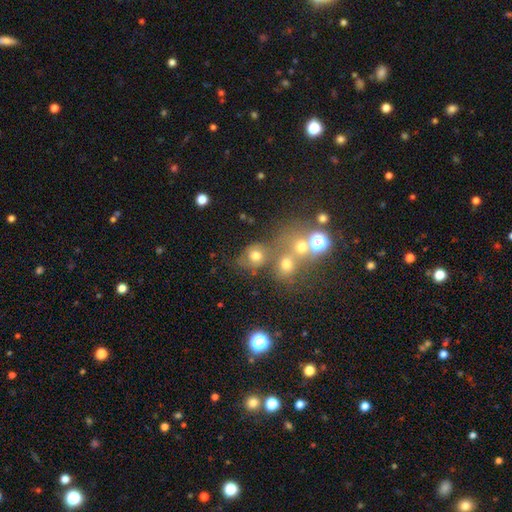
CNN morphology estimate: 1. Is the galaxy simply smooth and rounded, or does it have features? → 65% smooth, 20% star or artifact, 15% featured or disk.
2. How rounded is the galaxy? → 70% round, 29% in between, 1% cigar-shaped.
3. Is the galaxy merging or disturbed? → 50% none, 28% merger, 13% minor disturbance, 9% major disturbance.